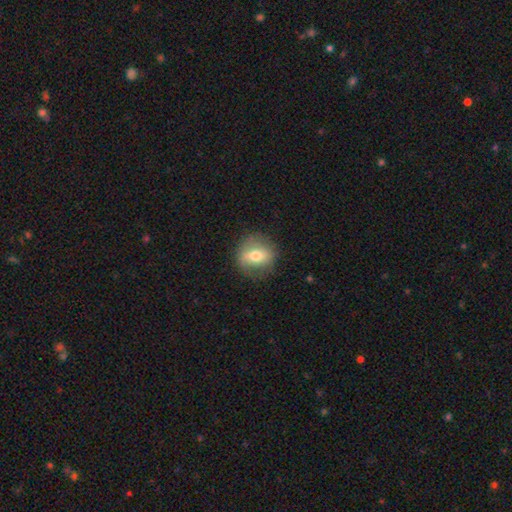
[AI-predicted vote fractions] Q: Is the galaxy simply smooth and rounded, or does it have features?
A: smooth — 57%.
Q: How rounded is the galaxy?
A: round — 69%.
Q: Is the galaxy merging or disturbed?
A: none — 82%.